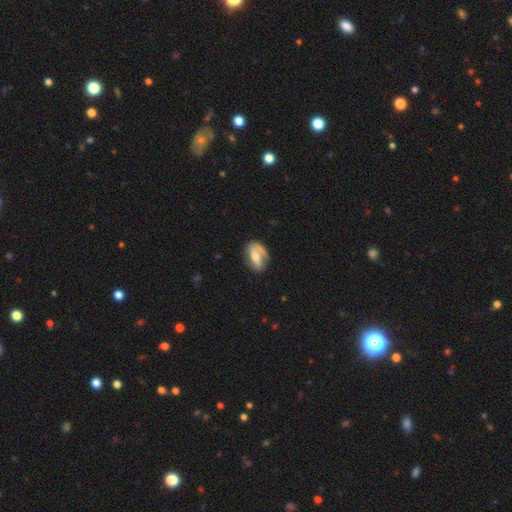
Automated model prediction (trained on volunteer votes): This appears to be a featured or disk galaxy (62%) with a strong bar (37%), spiral arms (79%) and a moderate central bulge (57%). Merging: none (64%).